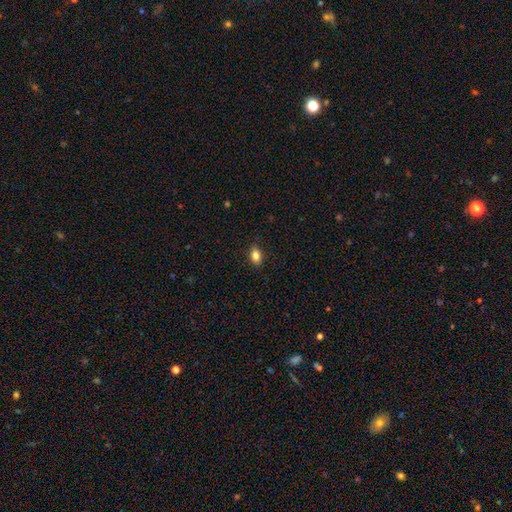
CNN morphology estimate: Overall: smooth (83%). How rounded: in between (82%). Merging: none (87%).